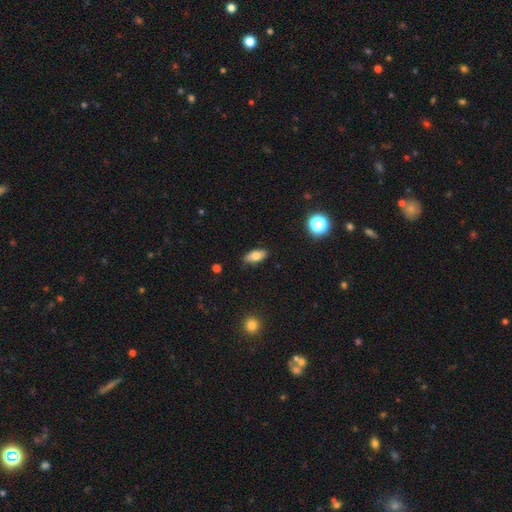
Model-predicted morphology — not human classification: Smooth or featured? smooth (73%)
How rounded? in between (88%)
Merging? none (82%)